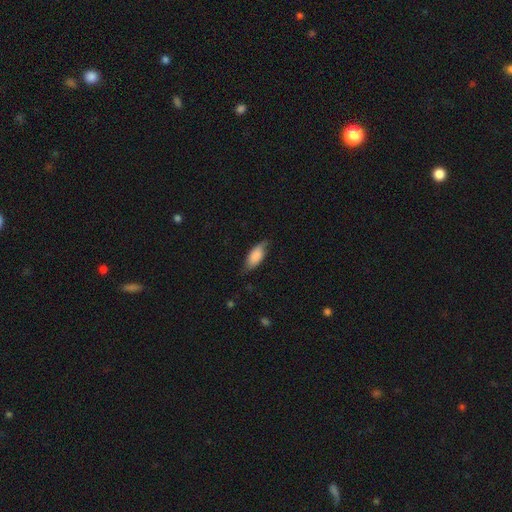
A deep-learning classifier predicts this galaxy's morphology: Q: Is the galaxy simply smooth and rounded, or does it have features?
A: smooth — 78%.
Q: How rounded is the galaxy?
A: in between — 81%.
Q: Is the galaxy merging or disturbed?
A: none — 67%.